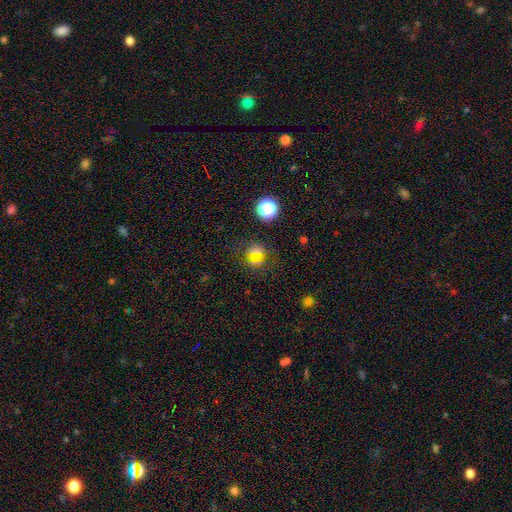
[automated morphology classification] Smooth or featured?
  - smooth: 51% *
  - star or artifact: 37%
  - featured or disk: 12%
How rounded?
  - round: 86% *
  - in between: 13%
  - cigar-shaped: 1%
Merging?
  - none: 75% *
  - minor disturbance: 12%
  - major disturbance: 8%
  - merger: 4%